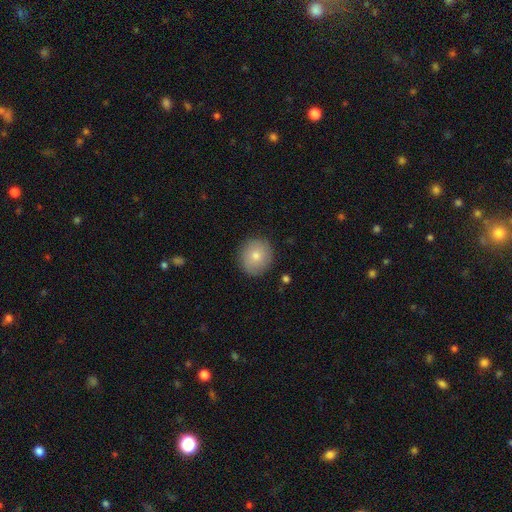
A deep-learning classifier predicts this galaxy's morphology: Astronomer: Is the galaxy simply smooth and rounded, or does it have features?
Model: smooth — 75%.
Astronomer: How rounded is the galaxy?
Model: round — 84%.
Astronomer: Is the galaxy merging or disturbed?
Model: none — 88%.